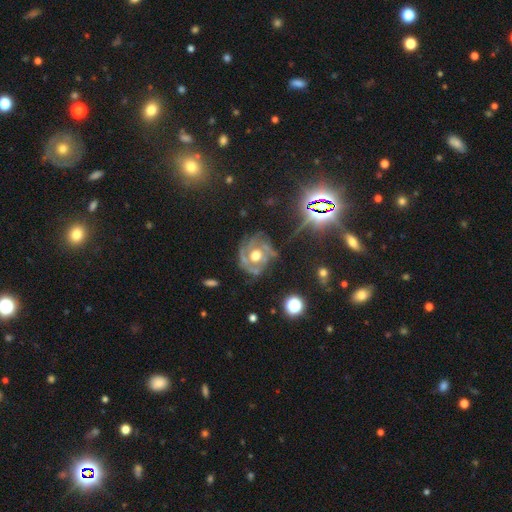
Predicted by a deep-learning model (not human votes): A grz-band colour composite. It shows a featured or disk galaxy (77%) with no bar (80%), tight (53%) spiral arms (84%) and a moderate central bulge (67%). Merging: none (64%).